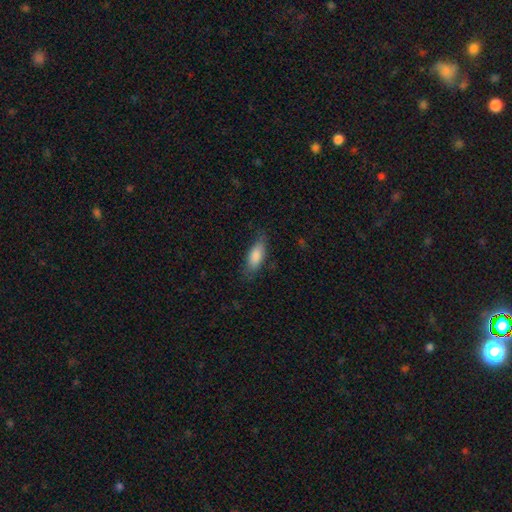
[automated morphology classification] Smooth or featured: smooth — 84% (featured or disk — 10%)
How rounded: in between — 72% (cigar-shaped — 26%)
Merging: none — 77% (minor disturbance — 18%)